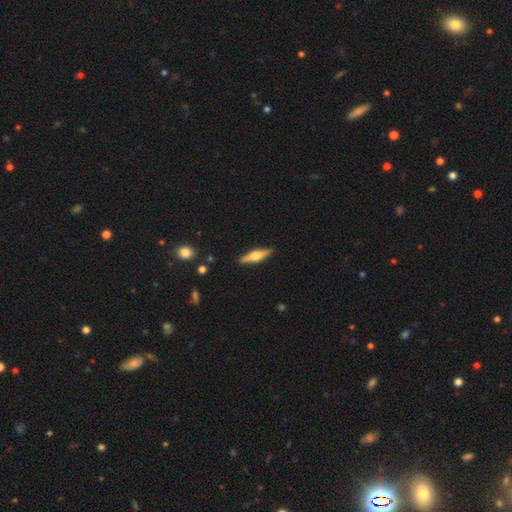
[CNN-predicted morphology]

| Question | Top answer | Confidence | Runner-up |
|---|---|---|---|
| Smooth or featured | featured or disk | 51% | smooth (43%) |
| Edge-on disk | yes | 94% | no (6%) |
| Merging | none | 90% | minor disturbance (8%) |